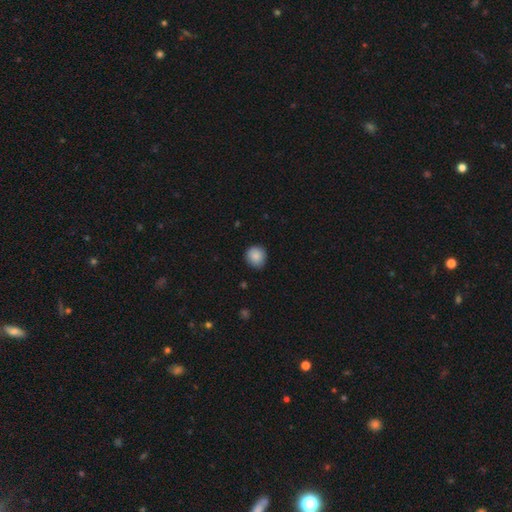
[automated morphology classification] Smooth or featured? Predicted: smooth (p=0.88). How rounded? Predicted: round (p=0.89). Merging? Predicted: none (p=0.86).